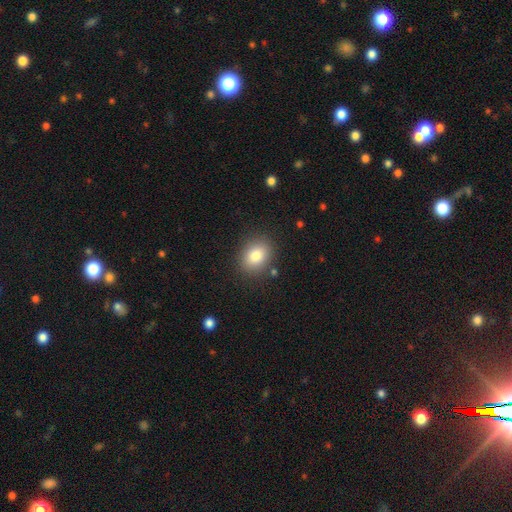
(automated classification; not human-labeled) A smooth galaxy with no disk features (83%) that is in between round and cigar-shaped (60%).

Vote fractions:
- Smooth or featured? smooth: 83% / star or artifact: 9% / featured or disk: 8%
- How rounded? in between: 60% / round: 39% / cigar-shaped: 1%
- Merging? none: 85% / minor disturbance: 9% / major disturbance: 3% / merger: 2%